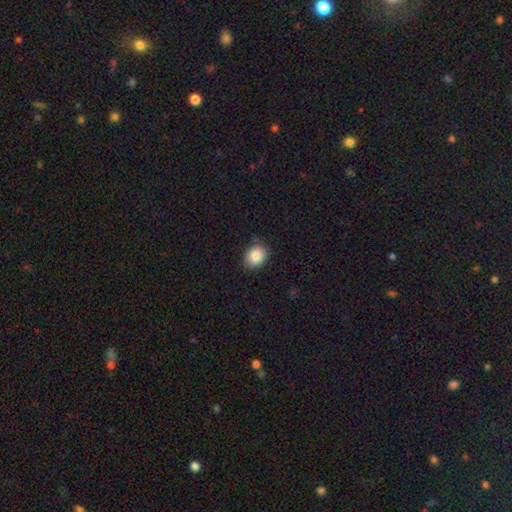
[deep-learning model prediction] This is clearly a smooth galaxy (87%). How rounded: possibly round (55%). Merging: clearly none (84%).